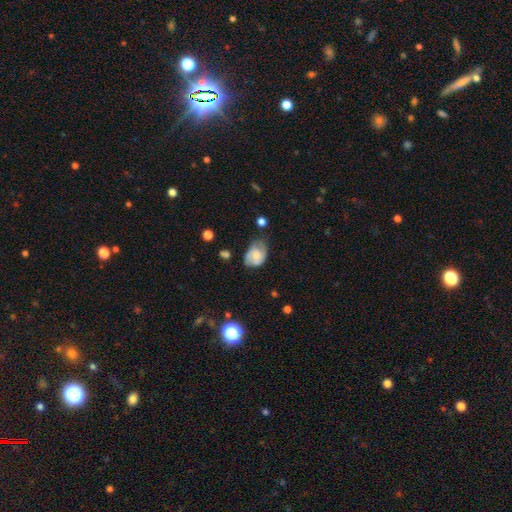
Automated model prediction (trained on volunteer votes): smooth_or_featured: smooth (p=0.54) [alt: featured or disk p=0.38]
how_rounded: in between (p=0.78) [alt: round p=0.20]
merging: none (p=0.43) [alt: minor disturbance p=0.37]